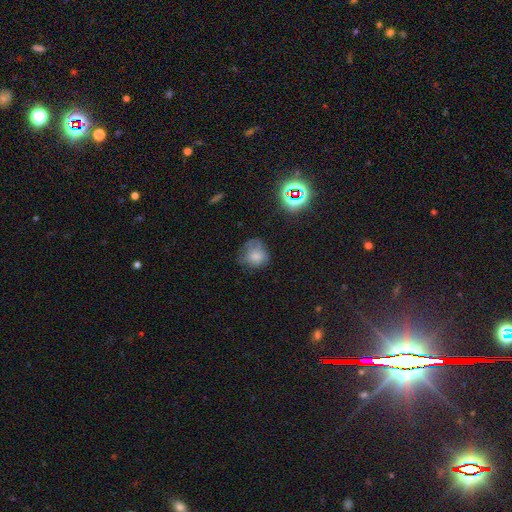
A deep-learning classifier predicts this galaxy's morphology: type=smooth (65%); roundness=round (74%); merging=none (52%).